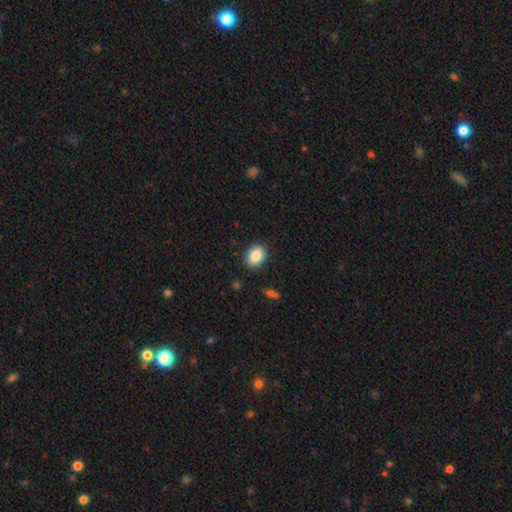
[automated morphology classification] This appears to be a smooth galaxy with no disk features (87%) that is in between round and cigar-shaped (71%). Merging: none (87%).